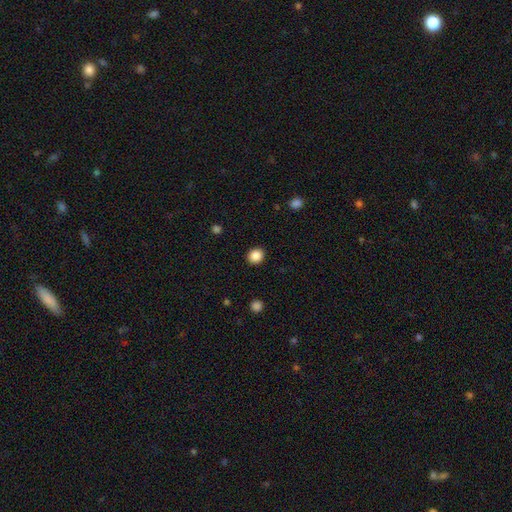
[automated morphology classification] Smooth or featured? Predicted: smooth (p=0.87). How rounded? Predicted: round (p=0.81). Merging? Predicted: none (p=0.91).